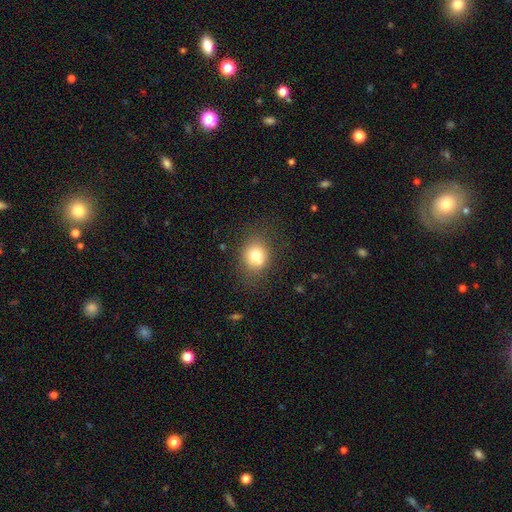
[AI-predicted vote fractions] The model was most divided on "how rounded": round: 64%, in between: 35%, cigar-shaped: 1%. More confident: smooth or featured — smooth (73%); merging — none (68%).